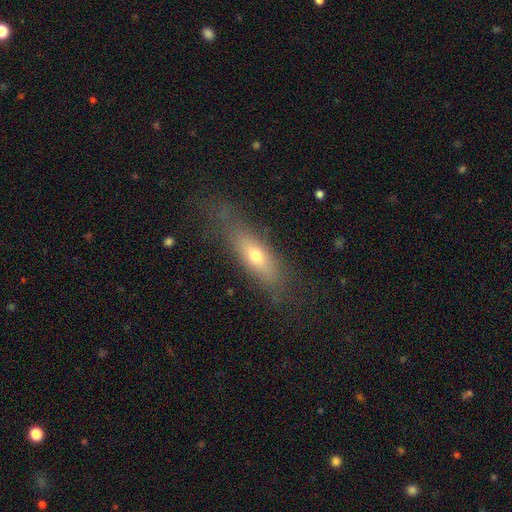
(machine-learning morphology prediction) A smooth galaxy with no disk features (58%) that is cigar-shaped (55%).

Vote fractions:
- Smooth or featured? smooth: 58% / featured or disk: 32% / star or artifact: 9%
- How rounded? cigar-shaped: 55% / in between: 41% / round: 4%
- Merging? none: 67% / minor disturbance: 20% / major disturbance: 11% / merger: 2%